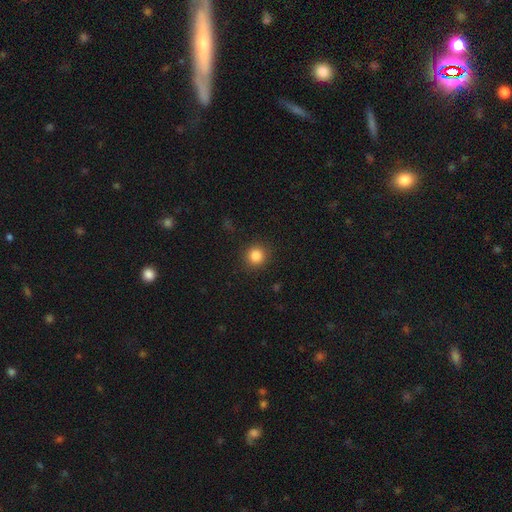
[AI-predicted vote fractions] Smooth or featured: smooth — 84% (star or artifact — 11%)
How rounded: round — 92% (in between — 7%)
Merging: none — 90% (minor disturbance — 6%)